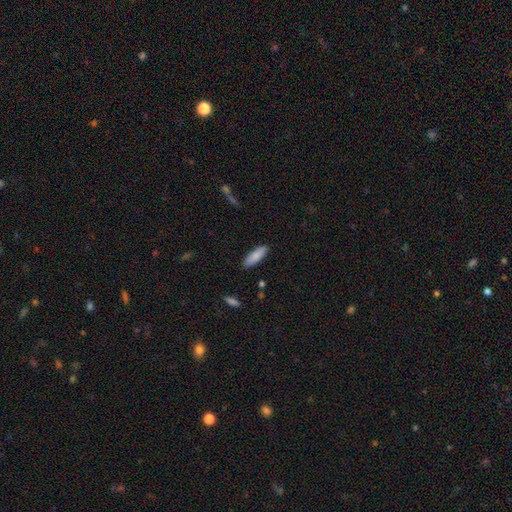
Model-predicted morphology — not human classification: Smooth or featured: smooth — 85% (featured or disk — 9%)
How rounded: in between — 51% (cigar-shaped — 48%)
Merging: none — 87% (minor disturbance — 9%)